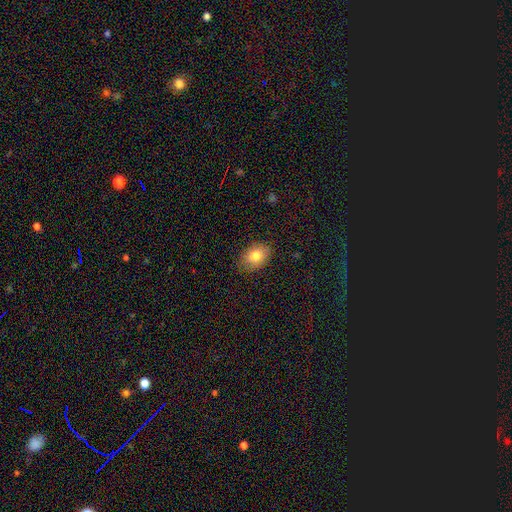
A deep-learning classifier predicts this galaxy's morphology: This is likely a smooth galaxy (78%). How rounded: likely in between (80%). Merging: clearly none (83%).